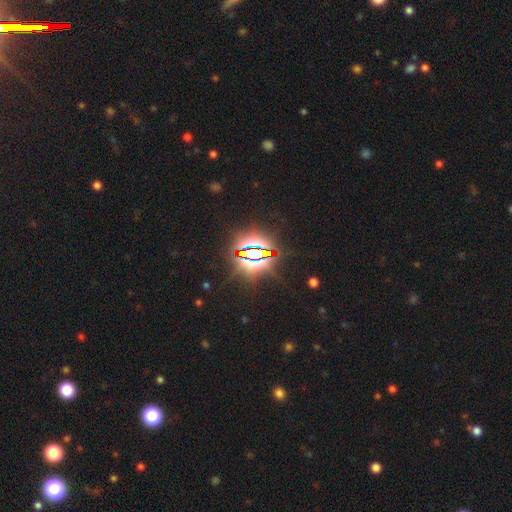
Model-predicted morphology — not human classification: Smooth or featured?
  - star or artifact: 83% *
  - smooth: 10%
  - featured or disk: 7%